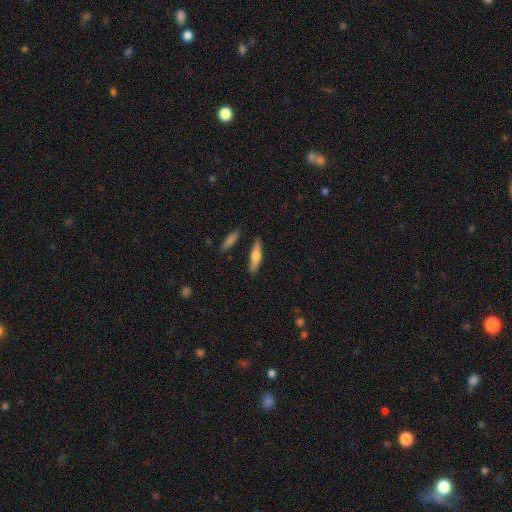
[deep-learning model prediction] smooth_or_featured: smooth (p=0.59) [alt: featured or disk p=0.35]
how_rounded: cigar-shaped (p=0.77) [alt: in between p=0.20]
merging: none (p=0.83) [alt: minor disturbance p=0.11]